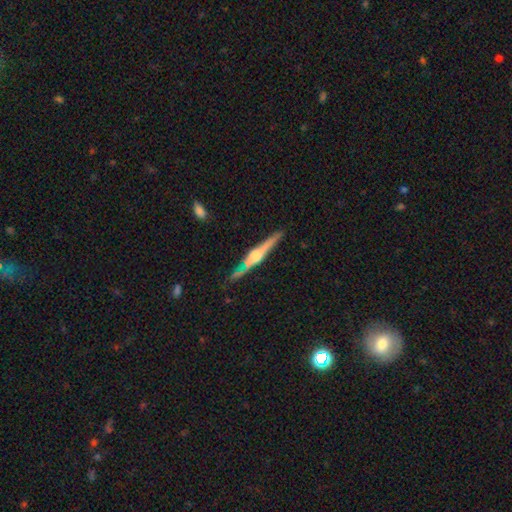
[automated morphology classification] featured or disk 79%, smooth 15%, star or artifact 6%. Down the decision tree: edge-on disk — yes (98%); edge-on bulge — rounded (78%); merging — none (81%).